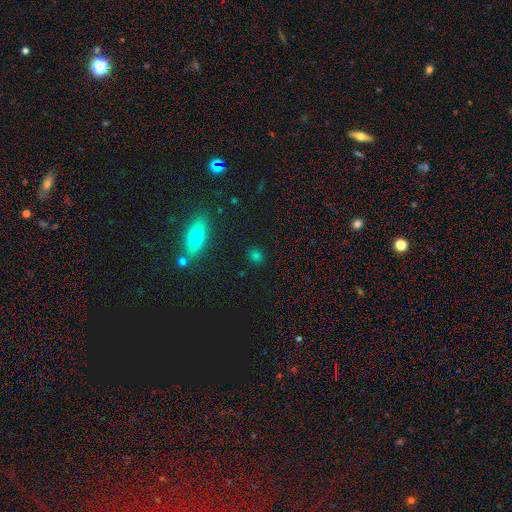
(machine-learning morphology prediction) smooth-or-featured: smooth: 75% | star or artifact: 18% | featured or disk: 7%
  how-rounded: round: 56% | in between: 41% | cigar-shaped: 4%
  merging: none: 86% | minor disturbance: 8% | merger: 3% | major disturbance: 2%